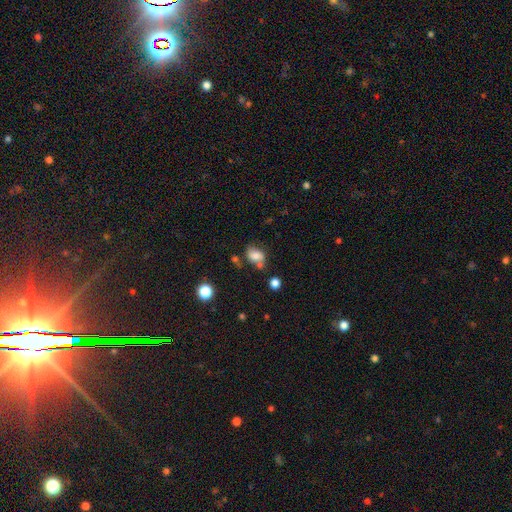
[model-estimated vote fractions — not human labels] A smooth galaxy with no disk features (67%) that is in between round and cigar-shaped (67%). Merging: none (52%).